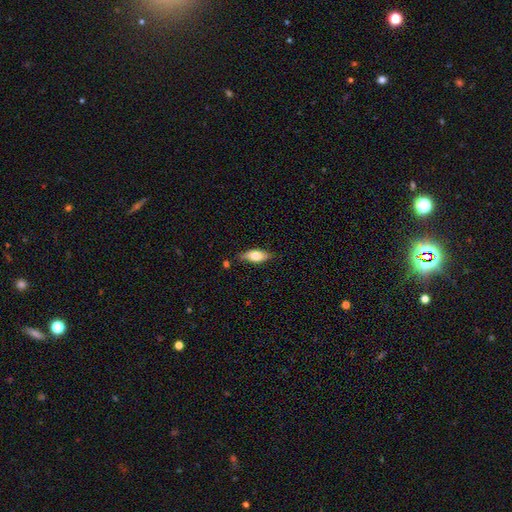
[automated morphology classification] This appears to be a smooth galaxy with no disk features (68%) that is in between round and cigar-shaped (78%). Merging: none (78%).